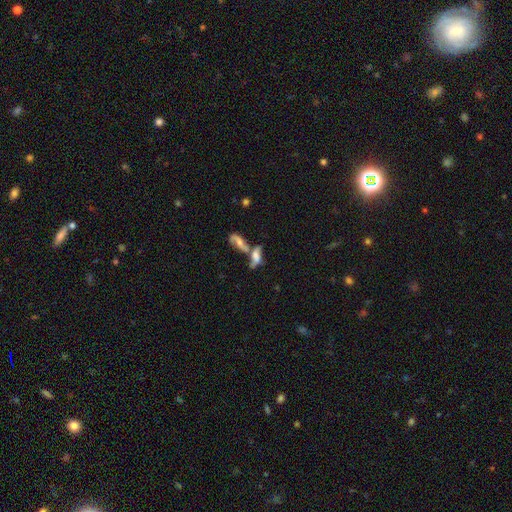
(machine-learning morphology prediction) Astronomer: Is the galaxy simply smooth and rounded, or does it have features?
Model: featured or disk — 50% (runner-up: smooth, 39%).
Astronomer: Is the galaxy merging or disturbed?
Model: merger — 68%.